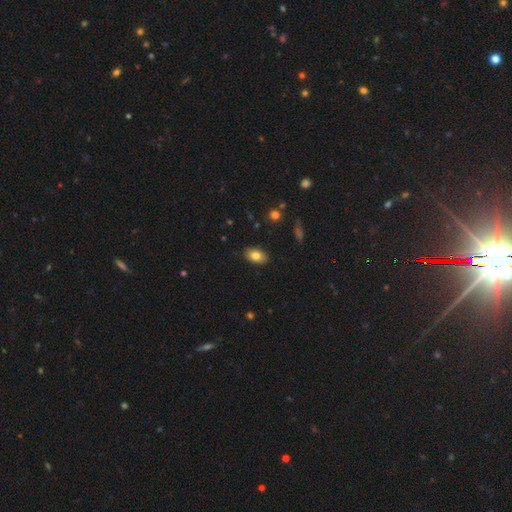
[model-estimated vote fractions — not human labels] Smooth or featured? smooth (82%)
How rounded? in between (88%)
Merging? none (88%)